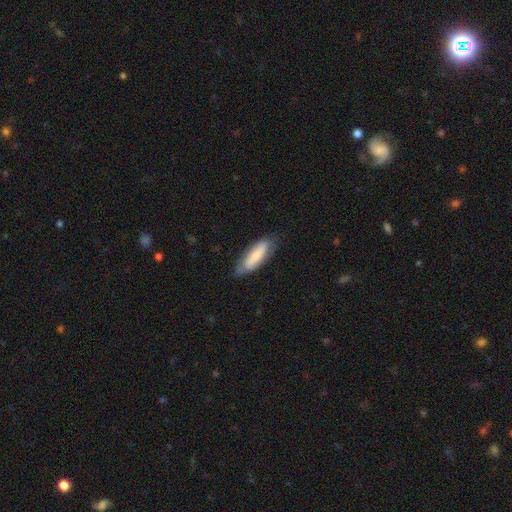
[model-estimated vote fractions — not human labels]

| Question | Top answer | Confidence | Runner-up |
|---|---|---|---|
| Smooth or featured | smooth | 69% | featured or disk (25%) |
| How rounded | in between | 53% | cigar-shaped (46%) |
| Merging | none | 72% | minor disturbance (22%) |